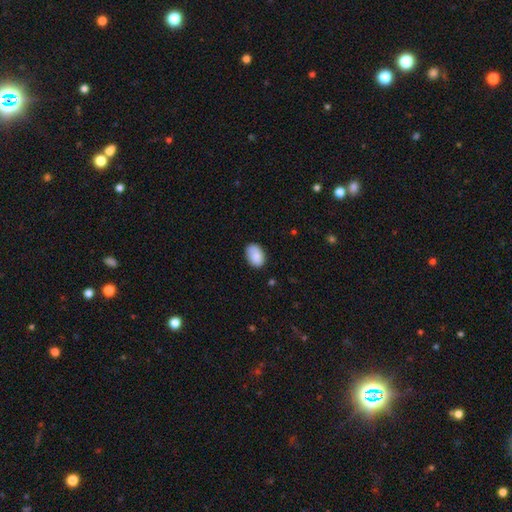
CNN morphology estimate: Smooth or featured? Predicted: smooth (p=0.87). How rounded? Predicted: in between (p=0.86). Merging? Predicted: none (p=0.77).